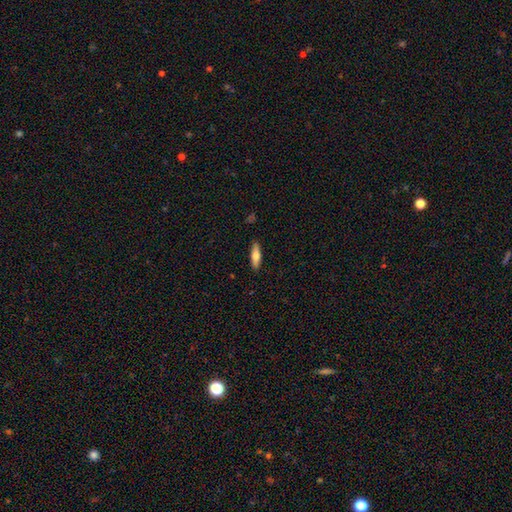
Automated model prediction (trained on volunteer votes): Overall: smooth (69%). How rounded: cigar-shaped (61%; in between 37%). Merging: none (88%).